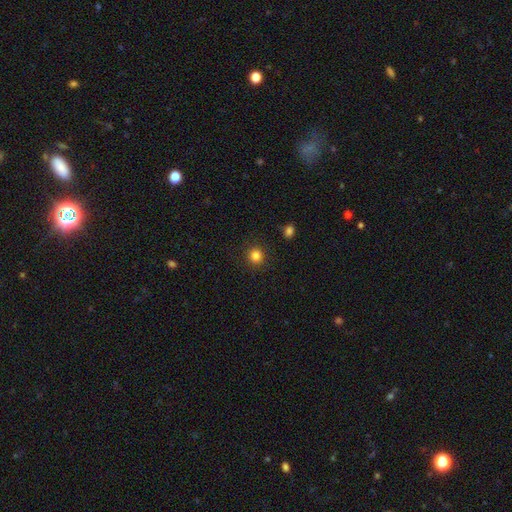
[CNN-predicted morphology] This is clearly a smooth galaxy (83%). How rounded: clearly round (92%). Merging: clearly none (90%).